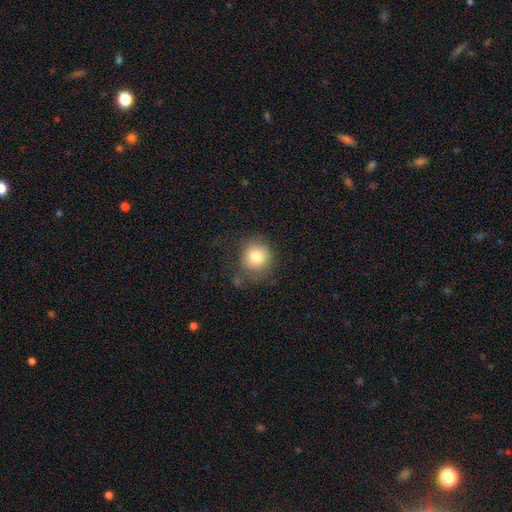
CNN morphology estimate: The model was most divided on "merging": none: 67%, minor disturbance: 20%, major disturbance: 9%, merger: 3%. More confident: how rounded — round (90%); smooth or featured — smooth (79%).